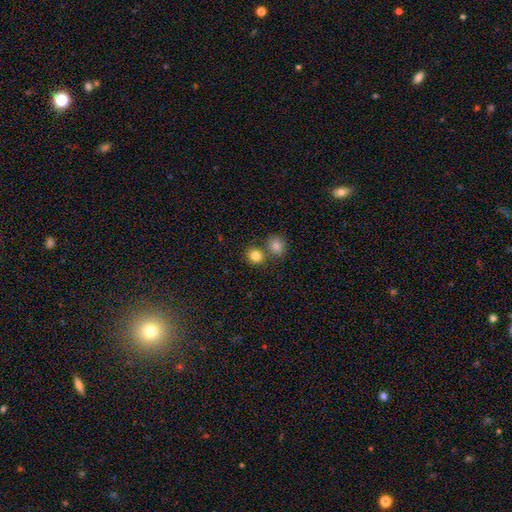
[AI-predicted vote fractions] Smooth or featured? smooth (83%)
How rounded? round (78%)
Merging? none (63%)